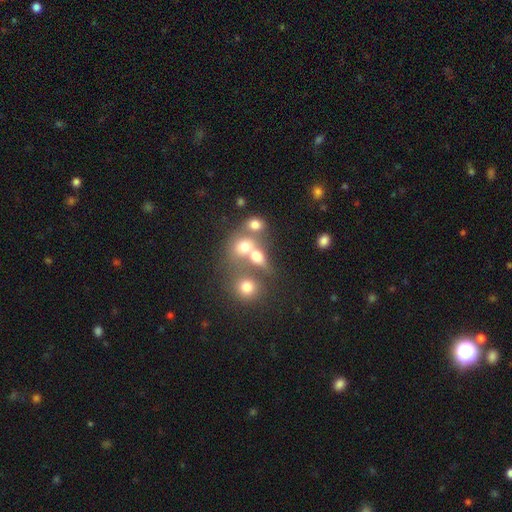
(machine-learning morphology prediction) Overall: smooth (62%). How rounded: round (59%; in between 38%). Merging: merger (50%; none 34%).